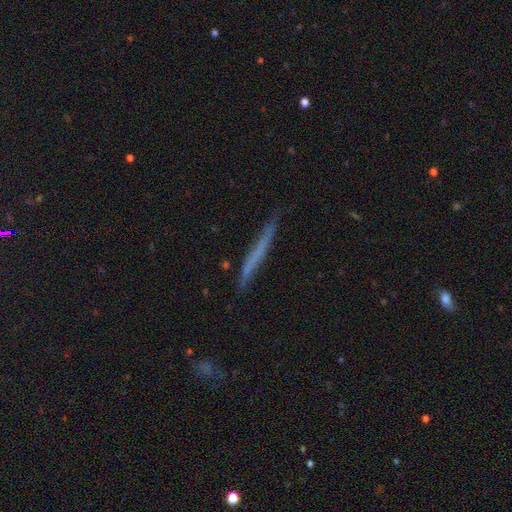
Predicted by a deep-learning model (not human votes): Smooth or featured? smooth (50%)
Merging? none (86%)